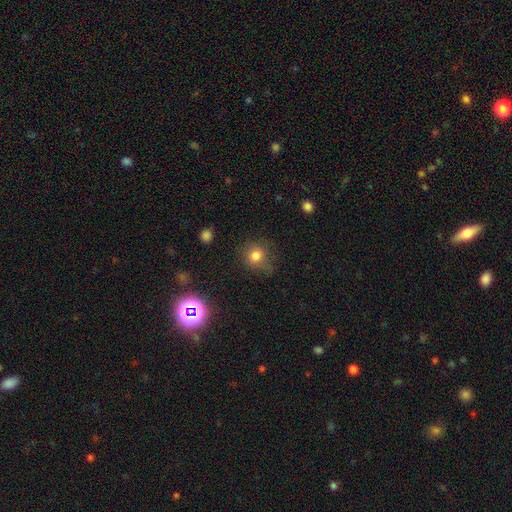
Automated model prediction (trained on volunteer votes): Overall: smooth (77%). How rounded: round (85%). Merging: none (70%).